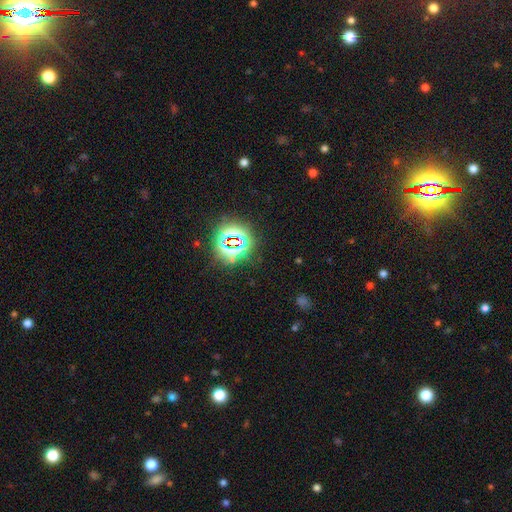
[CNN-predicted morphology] Overall: star or artifact (80%).